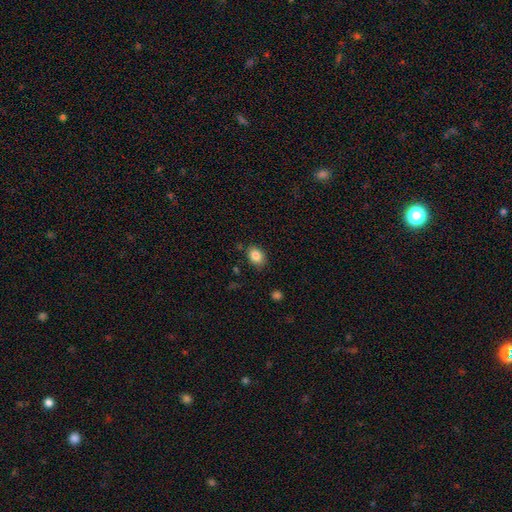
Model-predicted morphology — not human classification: The model was most divided on "how rounded": in between: 73%, round: 26%, cigar-shaped: 1%. More confident: smooth or featured — smooth (86%); merging — none (83%).